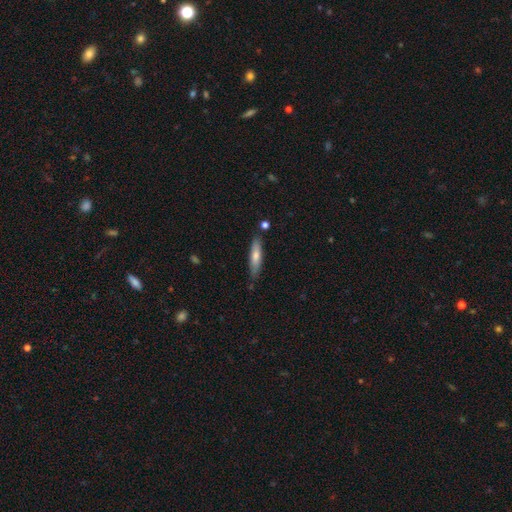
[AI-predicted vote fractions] smooth_or_featured: smooth (p=0.66) [alt: featured or disk p=0.28]
how_rounded: cigar-shaped (p=0.78) [alt: in between p=0.20]
merging: none (p=0.78) [alt: minor disturbance p=0.16]